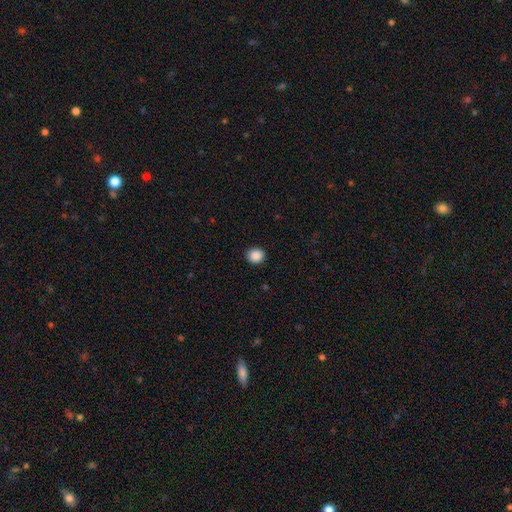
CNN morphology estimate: smooth_or_featured: smooth (p=0.89) [alt: star or artifact p=0.09]
how_rounded: round (p=0.86) [alt: in between p=0.13]
merging: none (p=0.92) [alt: minor disturbance p=0.06]